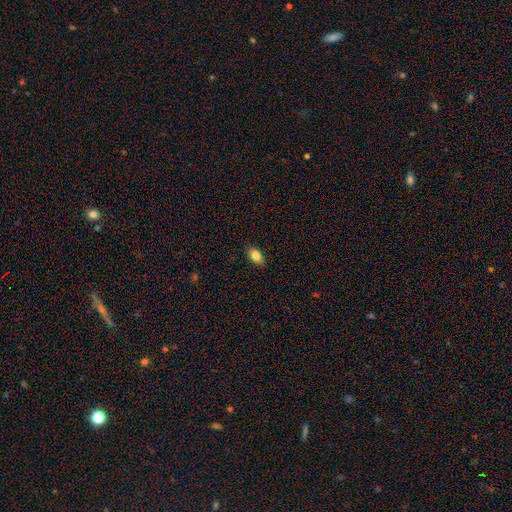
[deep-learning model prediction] Smooth or featured?
  - smooth: 84% *
  - star or artifact: 8%
  - featured or disk: 8%
How rounded?
  - in between: 89% *
  - round: 8%
  - cigar-shaped: 3%
Merging?
  - none: 88% *
  - minor disturbance: 9%
  - major disturbance: 2%
  - merger: 1%